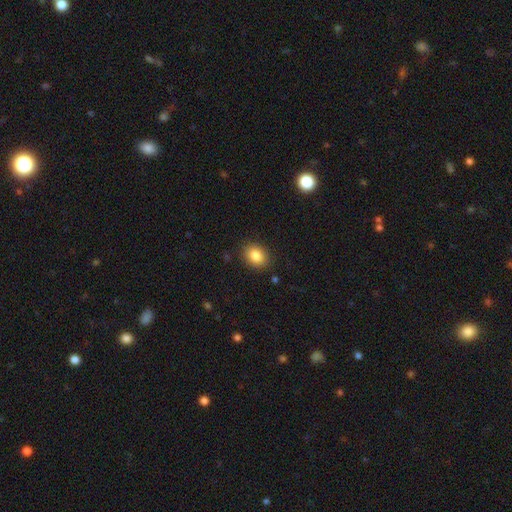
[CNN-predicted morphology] Overall: smooth (85%). How rounded: in between (59%; round 41%). Merging: none (87%).